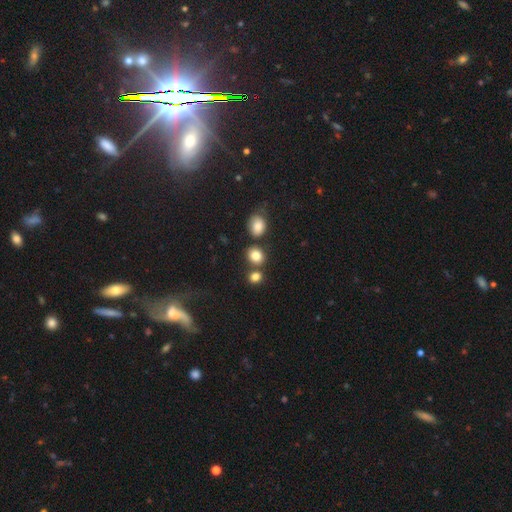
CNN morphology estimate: A smooth galaxy with no disk features (83%) that is round (65%). Merging: none (66%).